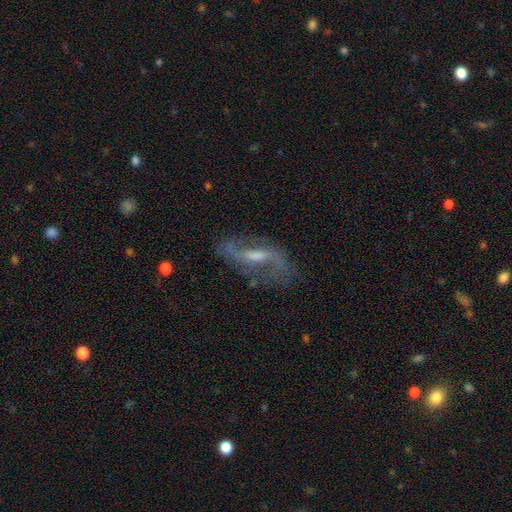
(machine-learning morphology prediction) Overall: featured or disk (78%). Edge-on disk: no (87%). Bar: weak (47%; strong 31%). Spiral arms: yes (89%). Spiral arm count: 2 (85%). Spiral winding: loose (61%; medium 28%). Bulge size: small (44%, tied with moderate). Merging: none (74%).